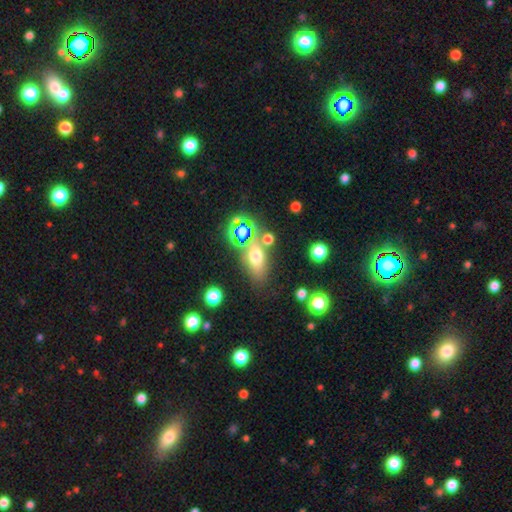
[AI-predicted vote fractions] Smooth or featured? smooth (61%)
How rounded? in between (69%)
Merging? none (66%)